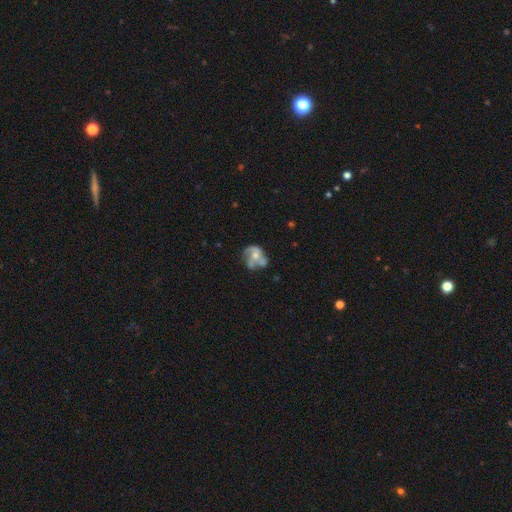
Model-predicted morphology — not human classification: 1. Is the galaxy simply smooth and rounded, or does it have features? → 66% featured or disk, 25% smooth, 9% star or artifact.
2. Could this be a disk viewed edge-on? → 98% no, 2% yes.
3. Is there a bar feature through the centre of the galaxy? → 73% no, 21% weak, 5% strong.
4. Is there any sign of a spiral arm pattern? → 69% yes, 31% no.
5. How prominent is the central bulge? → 57% moderate, 30% small, 7% none, 5% large, 1% dominant.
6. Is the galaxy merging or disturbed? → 36% none, 24% merger, 21% major disturbance, 19% minor disturbance.